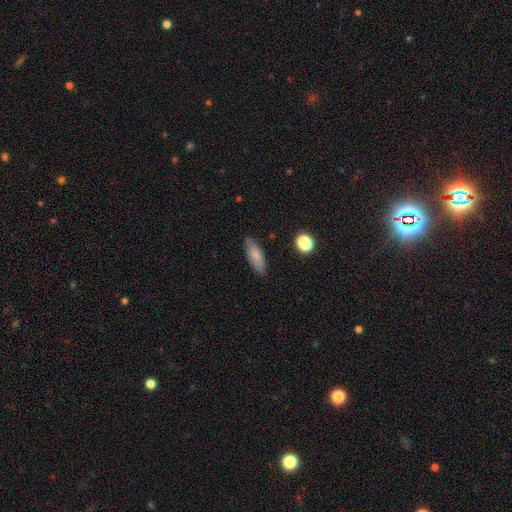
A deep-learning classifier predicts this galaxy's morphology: A smooth galaxy with no disk features (78%) that is in between round and cigar-shaped (69%). Merging: none (83%).